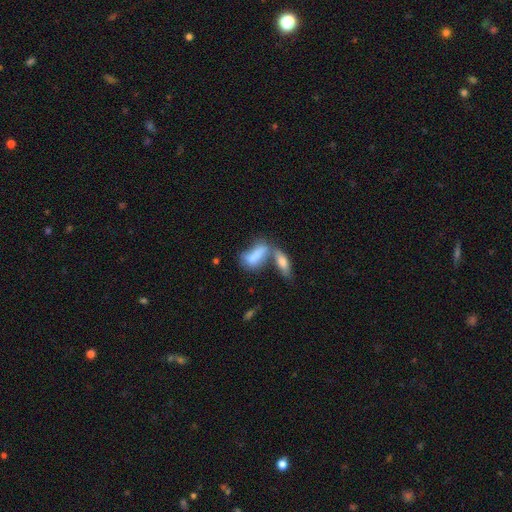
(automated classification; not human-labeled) A smooth galaxy with no disk features (71%) that is in between round and cigar-shaped (75%). Merging: merger (56%).